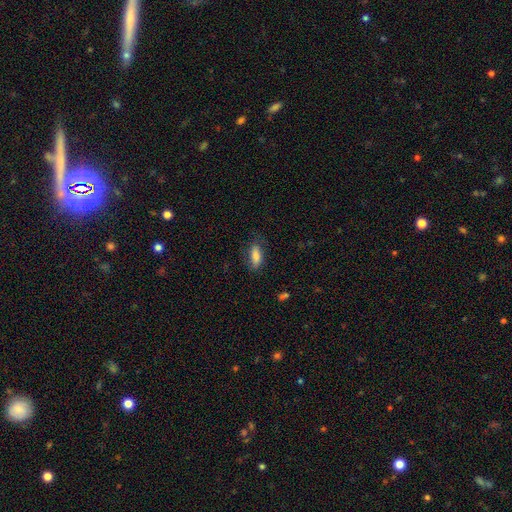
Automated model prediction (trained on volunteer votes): smooth_or_featured: smooth (p=0.83) [alt: featured or disk p=0.10]
how_rounded: in between (p=0.76) [alt: cigar-shaped p=0.21]
merging: none (p=0.73) [alt: minor disturbance p=0.20]